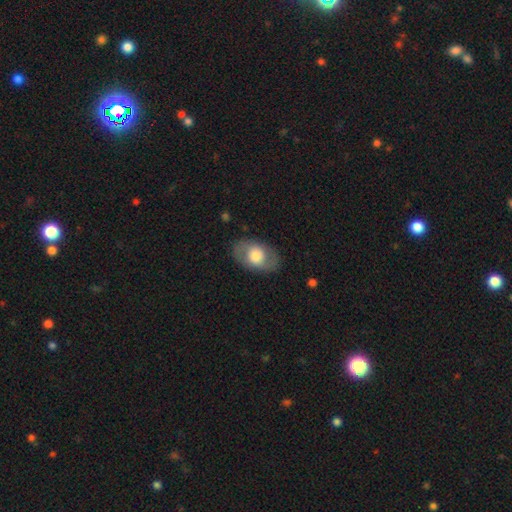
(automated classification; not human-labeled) A smooth galaxy with no disk features (58%) that is in between round and cigar-shaped (84%). Merging: none (82%).